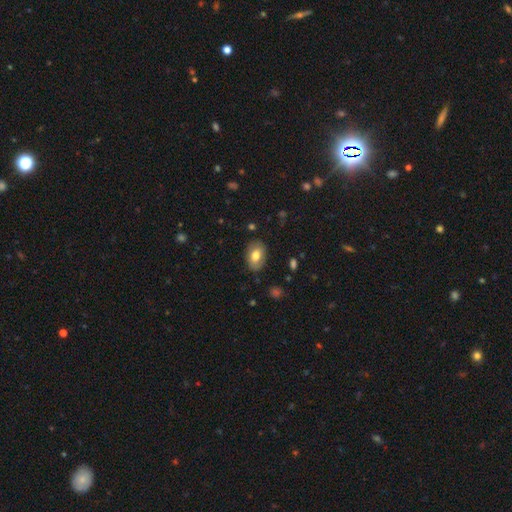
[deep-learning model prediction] Smooth or featured? Predicted: smooth (p=0.72). How rounded? Predicted: in between (p=0.84). Merging? Predicted: none (p=0.83).